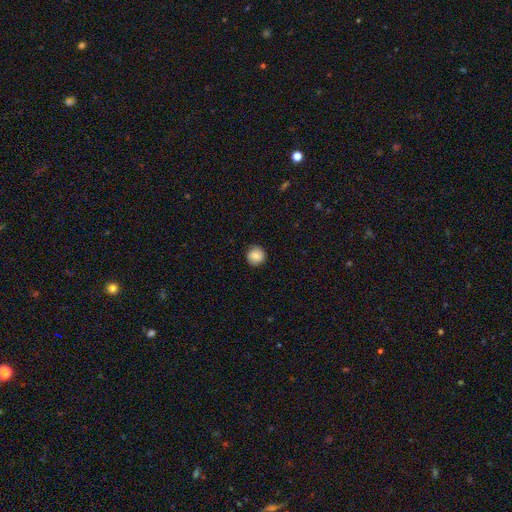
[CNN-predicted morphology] A smooth galaxy with no disk features (81%) that is round (93%). Merging: none (87%).